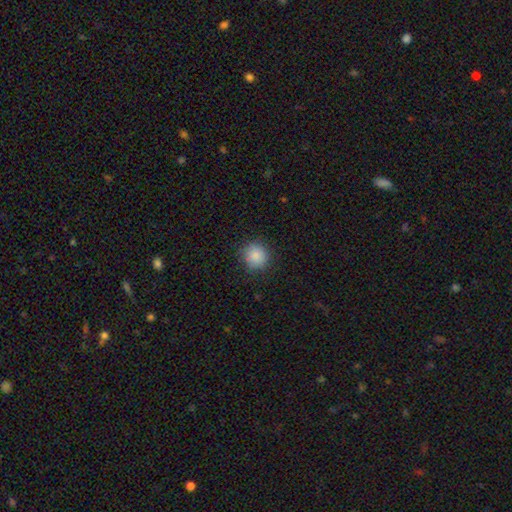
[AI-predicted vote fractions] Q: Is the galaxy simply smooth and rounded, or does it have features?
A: smooth — 87%.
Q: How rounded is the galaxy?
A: round — 91%.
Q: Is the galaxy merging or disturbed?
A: none — 86%.